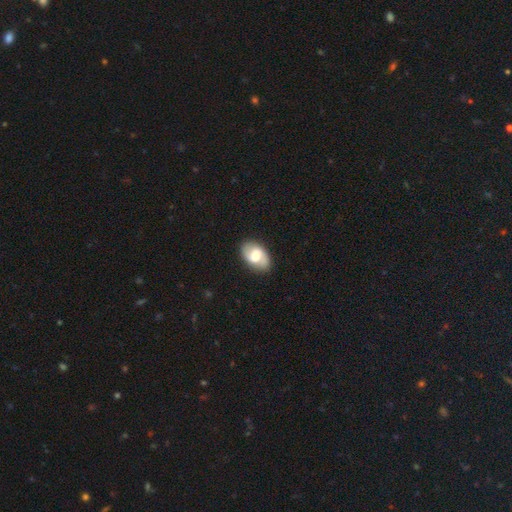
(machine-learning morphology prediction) Smooth or featured?
  - featured or disk: 53% *
  - smooth: 40%
  - star or artifact: 7%
Edge-on disk?
  - no: 95% *
  - yes: 5%
Bar?
  - weak: 47% *
  - no: 32%
  - strong: 21%
Spiral arms?
  - yes: 76% *
  - no: 24%
Bulge size?
  - moderate: 44% *
  - large: 36%
  - small: 12%
  - dominant: 4%
  - none: 4%
Merging?
  - none: 84% *
  - minor disturbance: 12%
  - major disturbance: 3%
  - merger: 1%